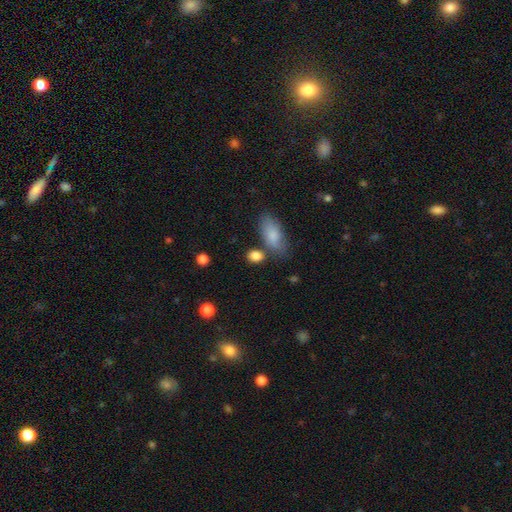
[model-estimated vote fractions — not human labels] Q: Smooth or featured?
A: smooth (85%); runner-up: star or artifact (9%)
Q: How rounded?
A: in between (62%); runner-up: round (34%)
Q: Merging?
A: none (67%); runner-up: minor disturbance (15%)